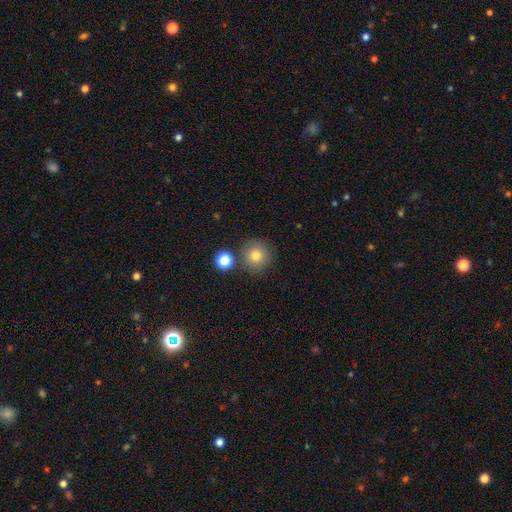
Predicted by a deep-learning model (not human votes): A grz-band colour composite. It shows a smooth galaxy with no disk features (79%) that is round (94%). Merging: none (80%).